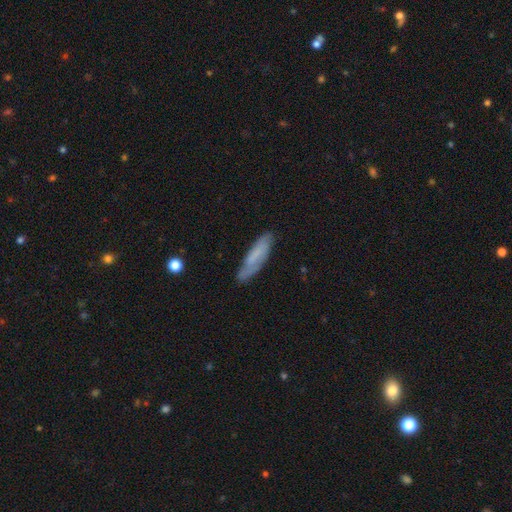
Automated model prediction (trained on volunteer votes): Smooth or featured?
  - smooth: 57% *
  - featured or disk: 35%
  - star or artifact: 8%
How rounded?
  - cigar-shaped: 66% *
  - in between: 33%
  - round: 2%
Merging?
  - none: 73% *
  - minor disturbance: 20%
  - major disturbance: 5%
  - merger: 2%